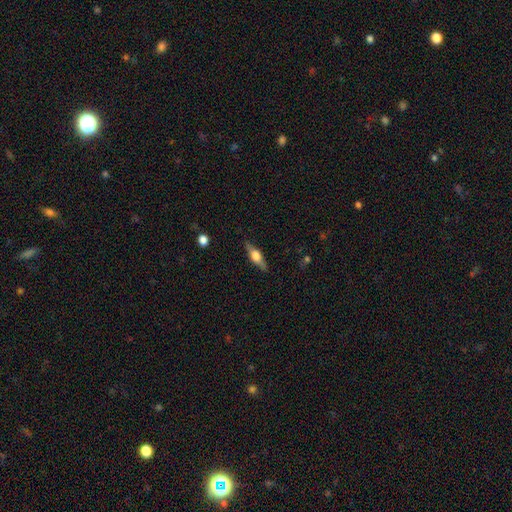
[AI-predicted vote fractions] A featured or disk galaxy (60%) viewed edge-on (95%) with a rounded central bulge (90%). Merging: none (84%).